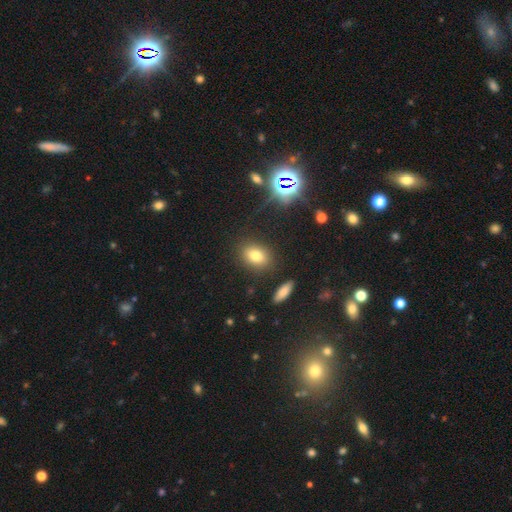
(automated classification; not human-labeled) A smooth galaxy with no disk features (77%) that is in between round and cigar-shaped (73%). Merging: none (85%).